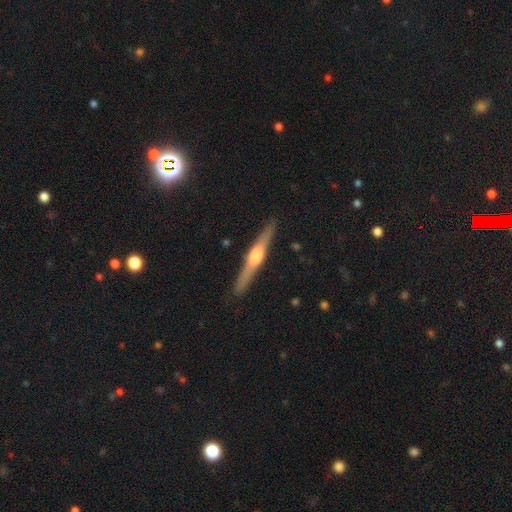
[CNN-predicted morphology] This is likely a featured or disk galaxy (78%). It is clearly viewed edge-on (98%). Edge-on bulge: clearly rounded (90%). Merging: clearly none (91%).